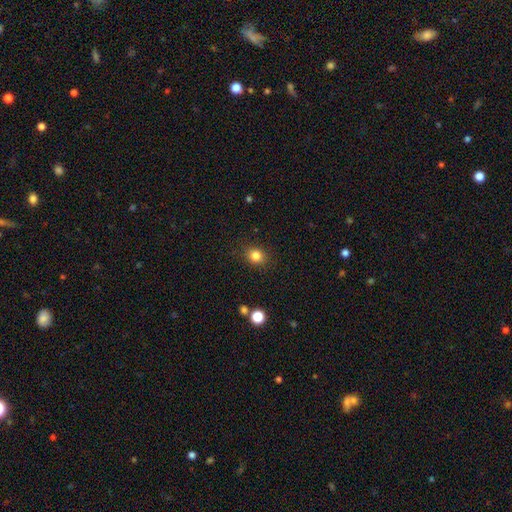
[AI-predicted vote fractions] smooth_or_featured: smooth (p=0.83) [alt: star or artifact p=0.12]
how_rounded: round (p=0.69) [alt: in between p=0.30]
merging: none (p=0.87) [alt: minor disturbance p=0.09]